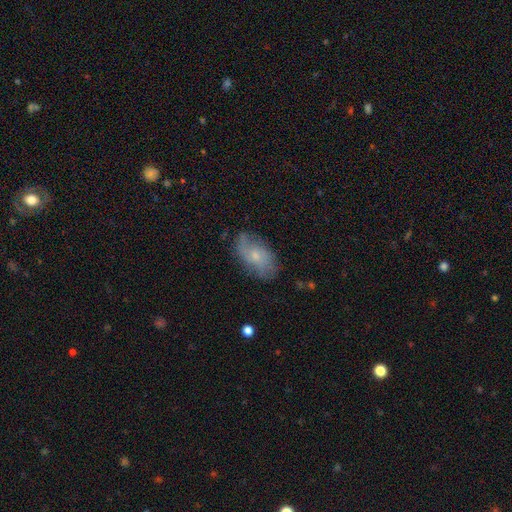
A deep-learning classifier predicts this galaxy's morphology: Smooth or featured: smooth — 49% (featured or disk — 43%)
Merging: none — 66% (minor disturbance — 24%)